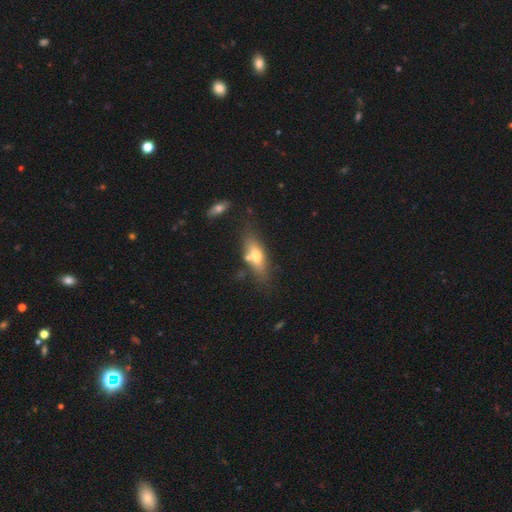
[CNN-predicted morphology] Smooth or featured: smooth — 60% (featured or disk — 32%)
How rounded: in between — 62% (cigar-shaped — 35%)
Merging: none — 63% (minor disturbance — 16%)